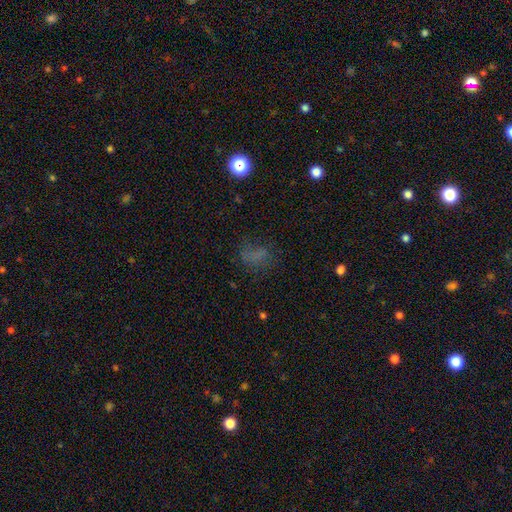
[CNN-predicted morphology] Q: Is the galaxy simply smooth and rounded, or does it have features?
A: smooth — 56%.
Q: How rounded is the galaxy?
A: in between — 64%.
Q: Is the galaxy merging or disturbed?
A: none — 55%.